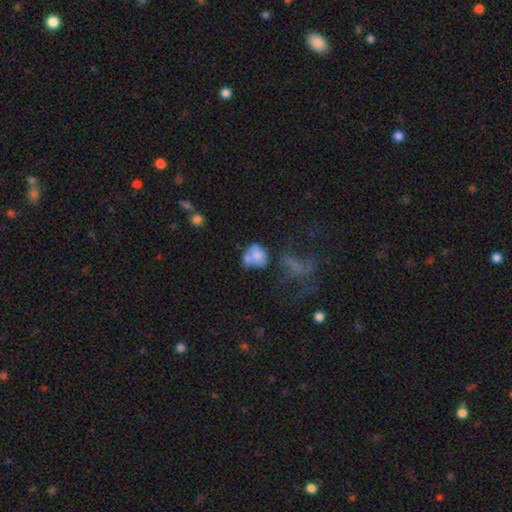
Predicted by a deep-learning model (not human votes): This is likely a smooth galaxy (66%). How rounded: possibly round (54%). Merging: marginally merger (39%).